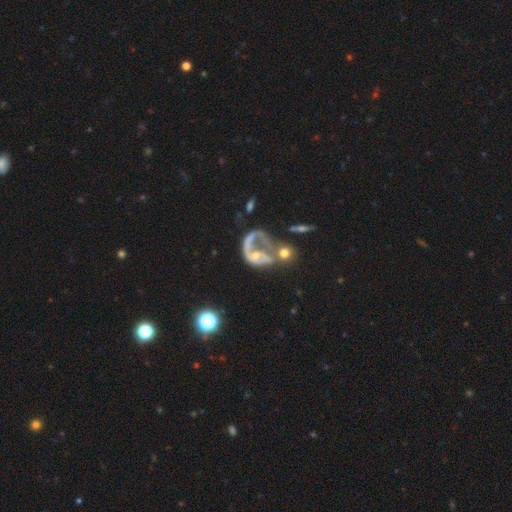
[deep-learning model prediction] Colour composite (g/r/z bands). It shows a featured or disk galaxy (72%) with no bar (70%), spiral arms (61%) and a small central bulge (54%). Merging: major disturbance (36%).